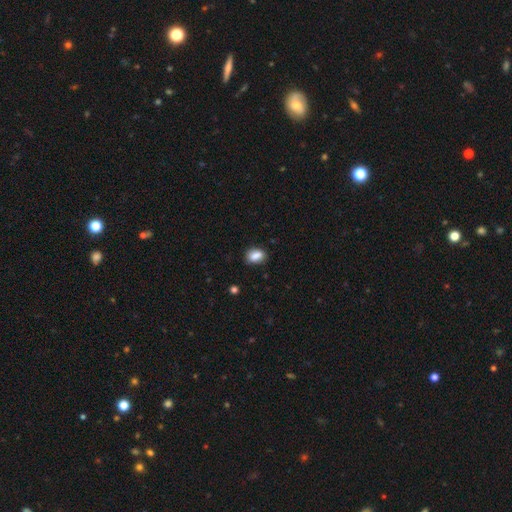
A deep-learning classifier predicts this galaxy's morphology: This is clearly a smooth galaxy (85%). How rounded: likely in between (77%). Merging: likely none (78%).